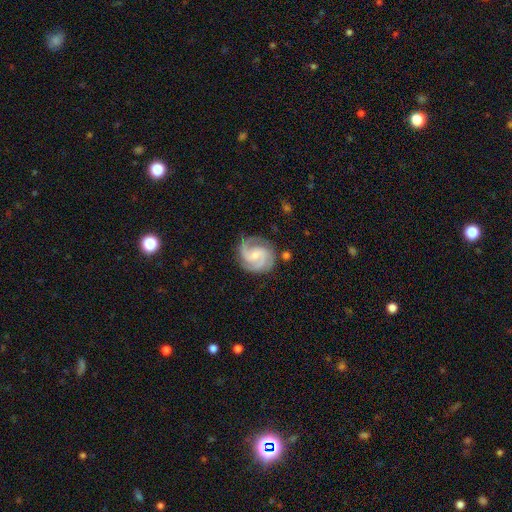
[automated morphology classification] Smooth or featured: featured or disk — 90% (smooth — 6%)
Edge-on disk: no — 98% (yes — 2%)
Bar: no — 50% (weak — 41%)
Spiral arms: yes — 98% (no — 2%)
Spiral winding: medium — 51% (tight — 40%)
Spiral arm count: 3 — 48% (2 — 36%)
Bulge size: small — 66% (moderate — 29%)
Merging: none — 78% (minor disturbance — 15%)